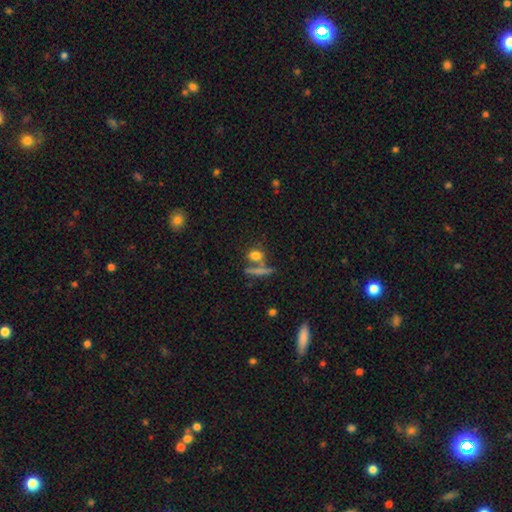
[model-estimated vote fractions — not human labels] This is likely a smooth galaxy (74%). How rounded: possibly round (46%). Merging: possibly none (57%).